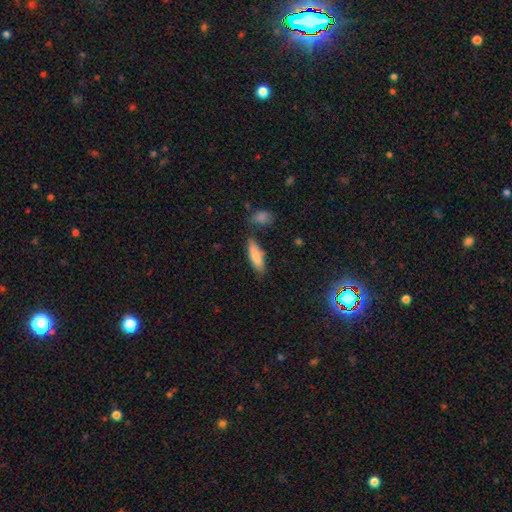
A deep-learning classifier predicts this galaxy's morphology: Overall: smooth (82%). How rounded: cigar-shaped (56%; in between 43%). Merging: none (75%).